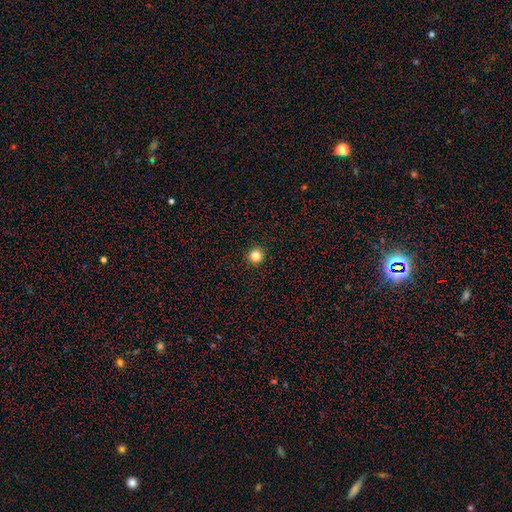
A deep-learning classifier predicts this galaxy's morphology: type=smooth (83%); roundness=round (95%); merging=none (93%).